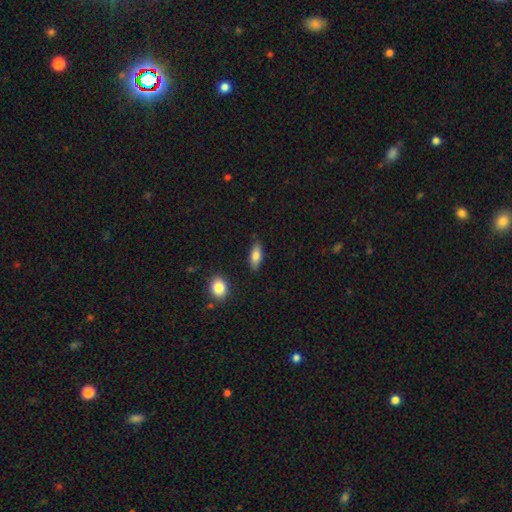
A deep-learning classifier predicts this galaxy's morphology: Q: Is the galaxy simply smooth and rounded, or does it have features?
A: smooth — 78%.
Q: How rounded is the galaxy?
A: in between — 79%.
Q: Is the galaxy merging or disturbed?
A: none — 85%.